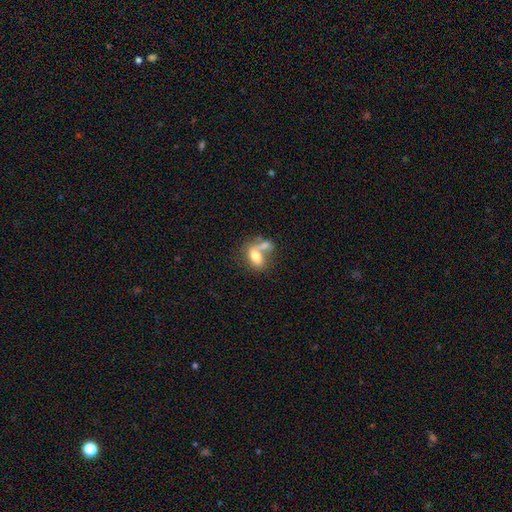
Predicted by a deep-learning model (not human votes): smooth_or_featured: smooth (p=0.70) [alt: featured or disk p=0.22]
how_rounded: in between (p=0.84) [alt: round p=0.12]
merging: merger (p=0.57) [alt: none p=0.24]